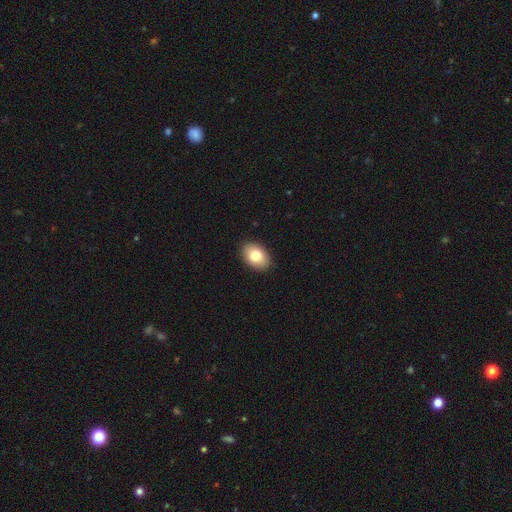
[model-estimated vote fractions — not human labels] This is clearly a smooth galaxy (80%). How rounded: clearly in between (84%). Merging: clearly none (90%).